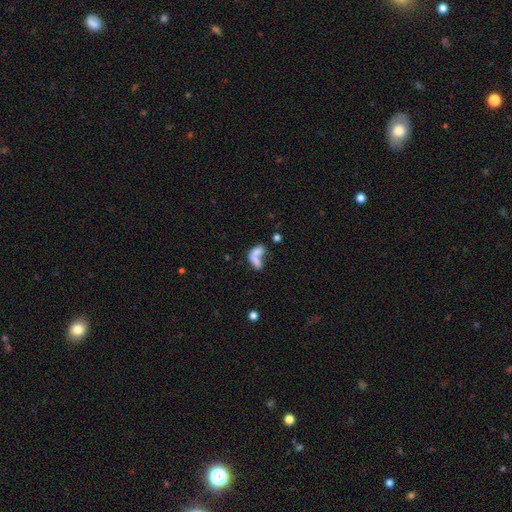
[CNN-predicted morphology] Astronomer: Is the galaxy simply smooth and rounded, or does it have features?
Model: smooth — 62%.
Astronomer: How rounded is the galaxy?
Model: in between — 73%.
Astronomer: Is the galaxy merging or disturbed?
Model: merger — 50%.